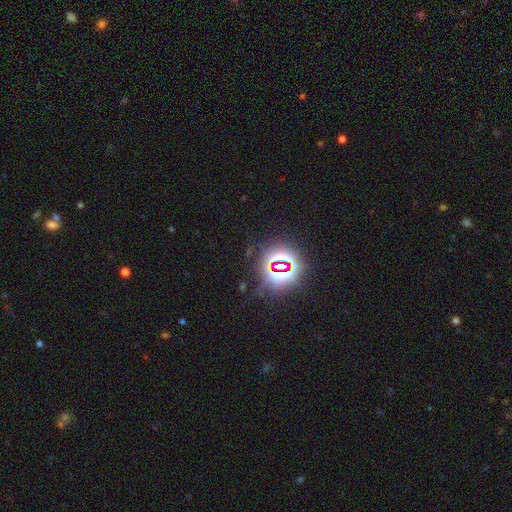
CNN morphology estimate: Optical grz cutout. It shows a star or artifact, not a galaxy (83%).